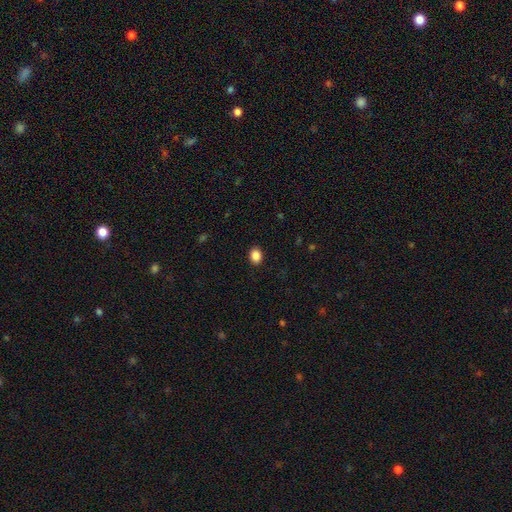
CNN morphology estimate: Q: Smooth or featured?
A: smooth (88%); runner-up: star or artifact (9%)
Q: How rounded?
A: in between (60%); runner-up: round (39%)
Q: Merging?
A: none (90%); runner-up: minor disturbance (7%)